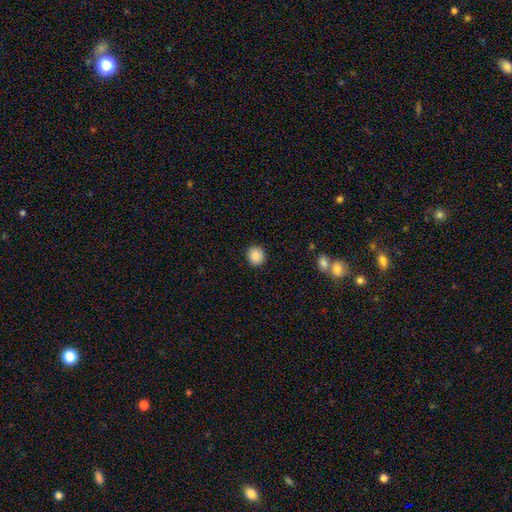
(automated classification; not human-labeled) smooth-or-featured: smooth: 88% | star or artifact: 9% | featured or disk: 4%
  how-rounded: round: 89% | in between: 10% | cigar-shaped: 1%
  merging: none: 92% | minor disturbance: 6% | major disturbance: 2% | merger: 1%